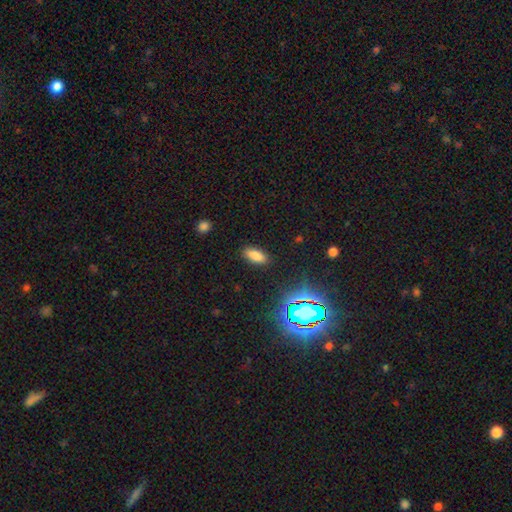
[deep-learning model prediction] smooth-or-featured: smooth: 79% | star or artifact: 15% | featured or disk: 6%
  how-rounded: in between: 84% | cigar-shaped: 14% | round: 3%
  merging: none: 87% | minor disturbance: 9% | major disturbance: 3% | merger: 1%